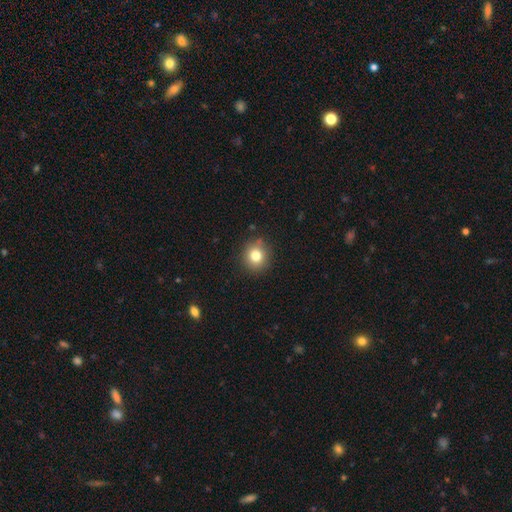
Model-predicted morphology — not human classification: This is likely a smooth galaxy (80%). How rounded: clearly round (88%). Merging: clearly none (87%).